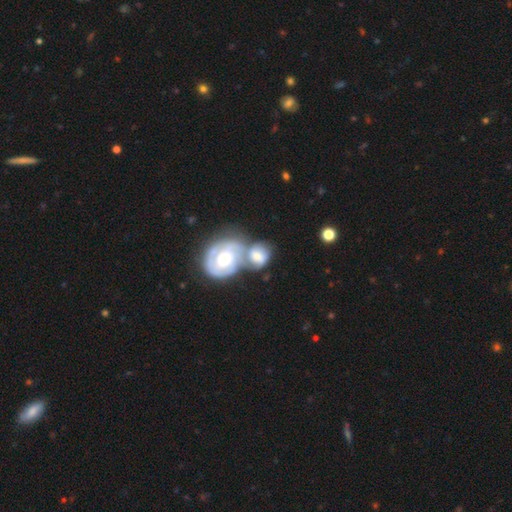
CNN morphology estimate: A featured or disk galaxy (65%) with no bar (62%), 2 (47%) tight (68%) spiral arms (83%) and a moderate central bulge (62%).

Vote fractions:
- Smooth or featured? featured or disk: 65% / smooth: 28% / star or artifact: 7%
- Edge-on disk? no: 95% / yes: 5%
- Bar? no: 62% / weak: 28% / strong: 10%
- Spiral arms? yes: 83% / no: 17%
- Spiral winding? tight: 68% / medium: 24% / loose: 7%
- Spiral arm count? 2: 47% / can't tell: 30% / 1: 9% / 3: 8% / 4: 3% / more than 4: 3%
- Bulge size? moderate: 62% / small: 27% / large: 7% / none: 2% / dominant: 2%
- Merging? merger: 59% / none: 27% / minor disturbance: 9% / major disturbance: 5%